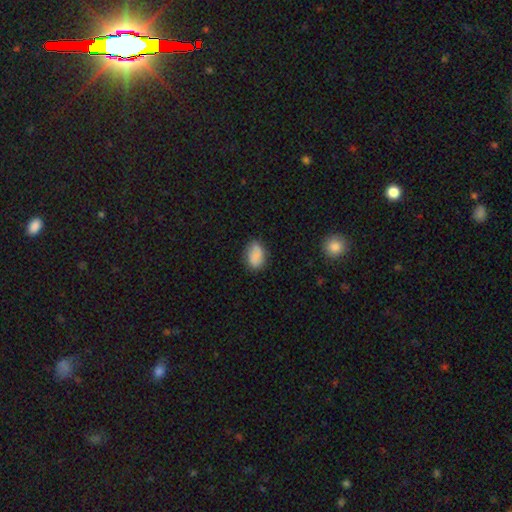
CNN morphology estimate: Q: Smooth or featured?
A: smooth (83%); runner-up: featured or disk (9%)
Q: How rounded?
A: in between (83%); runner-up: round (16%)
Q: Merging?
A: none (76%); runner-up: minor disturbance (18%)